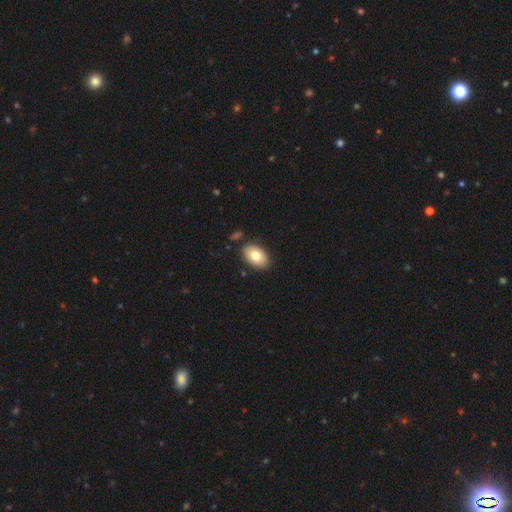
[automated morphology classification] This is likely a smooth galaxy (79%). How rounded: clearly in between (90%). Merging: clearly none (85%).